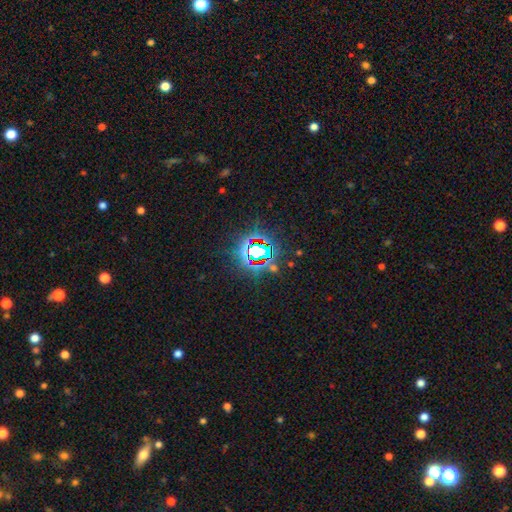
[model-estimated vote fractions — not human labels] star or artifact 77%, smooth 13%, featured or disk 10%.